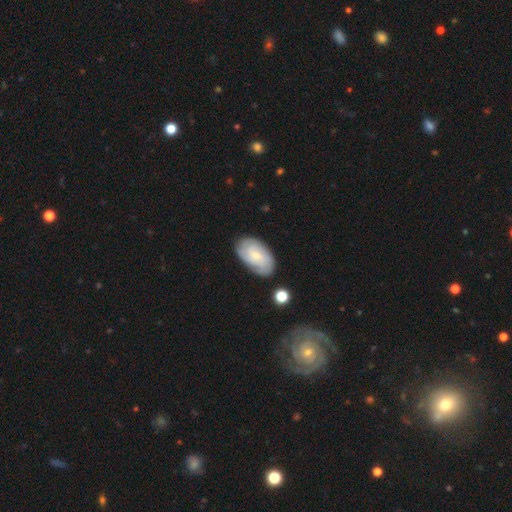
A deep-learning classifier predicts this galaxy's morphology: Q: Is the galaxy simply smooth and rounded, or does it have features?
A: featured or disk — 54%.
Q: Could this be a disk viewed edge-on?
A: no — 95%.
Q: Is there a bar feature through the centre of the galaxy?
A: no — 69%.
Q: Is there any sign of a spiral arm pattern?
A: yes — 86%.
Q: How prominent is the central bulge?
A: small — 70%.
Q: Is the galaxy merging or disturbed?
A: none — 76%.